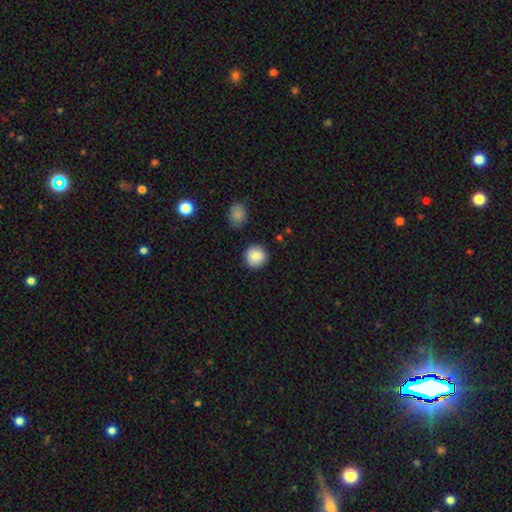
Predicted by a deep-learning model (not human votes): The model was most divided on "smooth or featured": smooth: 86%, star or artifact: 8%, featured or disk: 6%. More confident: how rounded — round (93%); merging — none (88%).